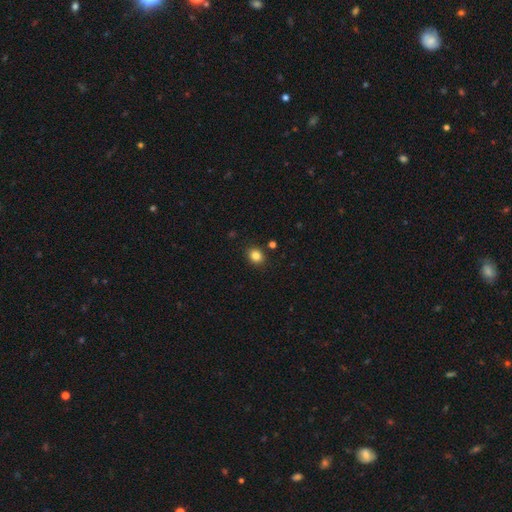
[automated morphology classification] smooth_or_featured: smooth (p=0.83) [alt: star or artifact p=0.11]
how_rounded: round (p=0.59) [alt: in between p=0.40]
merging: none (p=0.88) [alt: minor disturbance p=0.08]